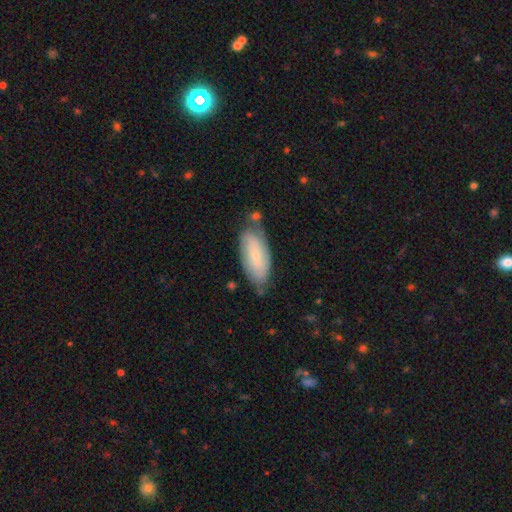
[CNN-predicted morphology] Overall: smooth (59%; featured or disk 34%). How rounded: in between (81%). Merging: none (66%).